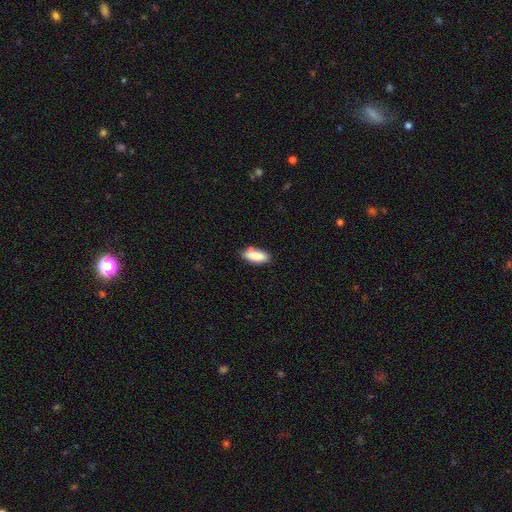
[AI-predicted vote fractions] A smooth galaxy with no disk features (88%) that is in between round and cigar-shaped (82%).

Vote fractions:
- Smooth or featured? smooth: 88% / star or artifact: 7% / featured or disk: 6%
- How rounded? in between: 82% / cigar-shaped: 16% / round: 2%
- Merging? none: 76% / minor disturbance: 18% / major disturbance: 3% / merger: 3%